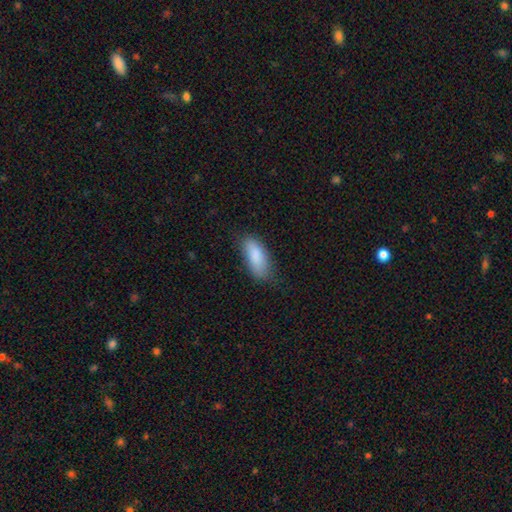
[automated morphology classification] smooth 86%, featured or disk 8%, star or artifact 6%. Down the decision tree: how rounded — in between (81%); merging — none (71%).